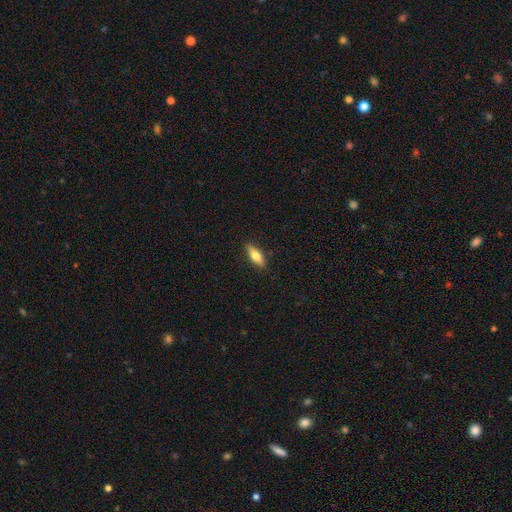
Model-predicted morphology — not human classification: smooth-or-featured: smooth: 73% | featured or disk: 21% | star or artifact: 6%
  how-rounded: in between: 64% | cigar-shaped: 34% | round: 2%
  merging: none: 89% | minor disturbance: 9% | major disturbance: 2% | merger: 1%